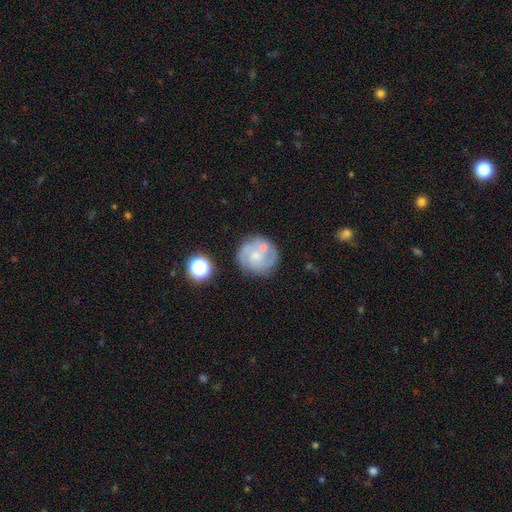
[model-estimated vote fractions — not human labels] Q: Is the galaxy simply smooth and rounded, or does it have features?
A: featured or disk — 62%.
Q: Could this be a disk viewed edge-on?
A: no — 98%.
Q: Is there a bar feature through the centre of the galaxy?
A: no — 73%.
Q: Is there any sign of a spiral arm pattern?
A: yes — 81%.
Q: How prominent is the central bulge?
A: small — 58%.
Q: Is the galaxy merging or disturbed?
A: none — 64%.